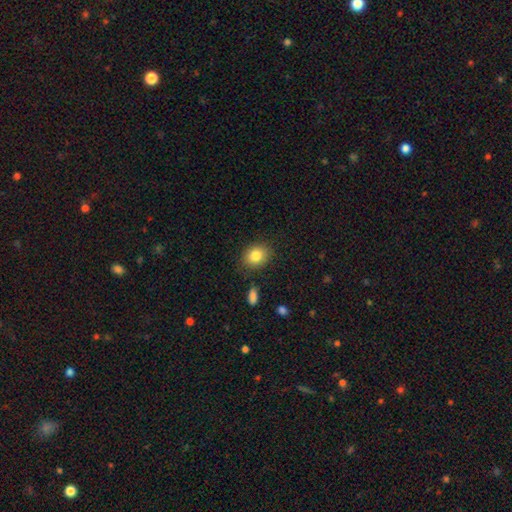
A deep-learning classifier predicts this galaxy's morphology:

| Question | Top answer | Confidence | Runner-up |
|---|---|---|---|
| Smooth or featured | smooth | 84% | star or artifact (9%) |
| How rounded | round | 54% | in between (45%) |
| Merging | none | 82% | minor disturbance (12%) |